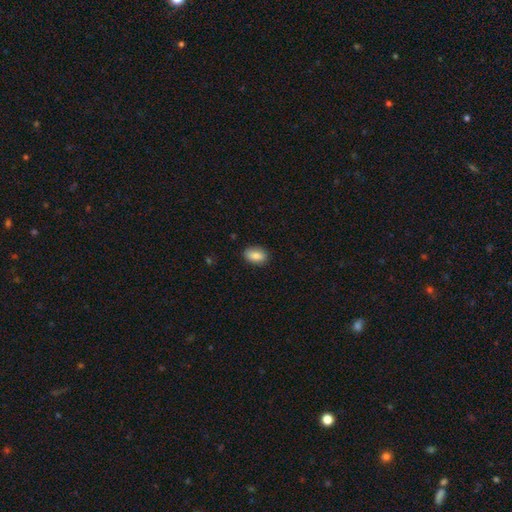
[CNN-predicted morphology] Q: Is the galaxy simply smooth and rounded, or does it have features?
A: smooth — 85%.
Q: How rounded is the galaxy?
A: in between — 89%.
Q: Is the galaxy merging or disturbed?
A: none — 87%.